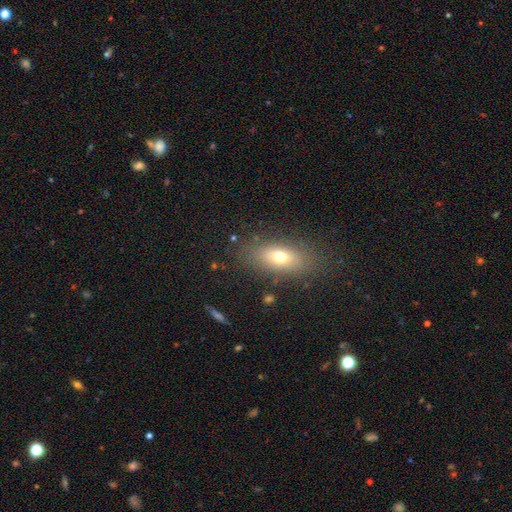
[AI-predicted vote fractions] Morphology: type=smooth (63%); roundness=in between (71%); merging=none (84%).